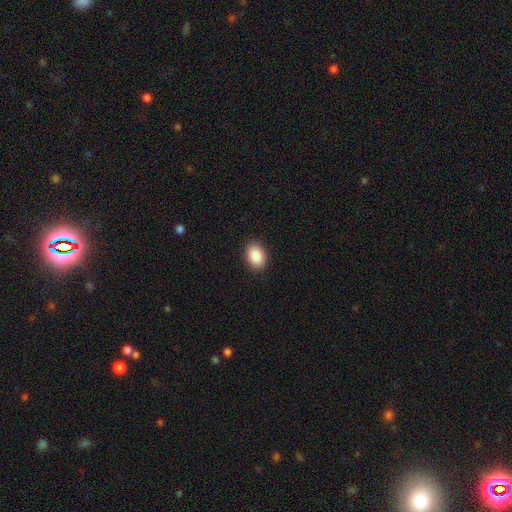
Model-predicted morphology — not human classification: Smooth or featured: smooth — 89% (star or artifact — 7%)
How rounded: in between — 84% (round — 15%)
Merging: none — 89% (minor disturbance — 8%)